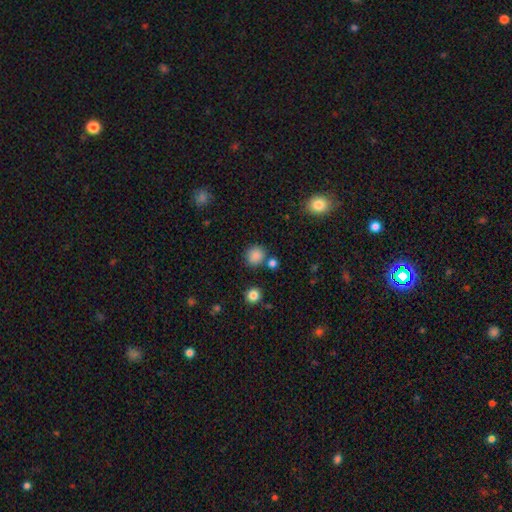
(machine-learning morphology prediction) Q: Smooth or featured?
A: smooth (84%); runner-up: star or artifact (12%)
Q: How rounded?
A: round (85%); runner-up: in between (14%)
Q: Merging?
A: none (77%); runner-up: minor disturbance (11%)